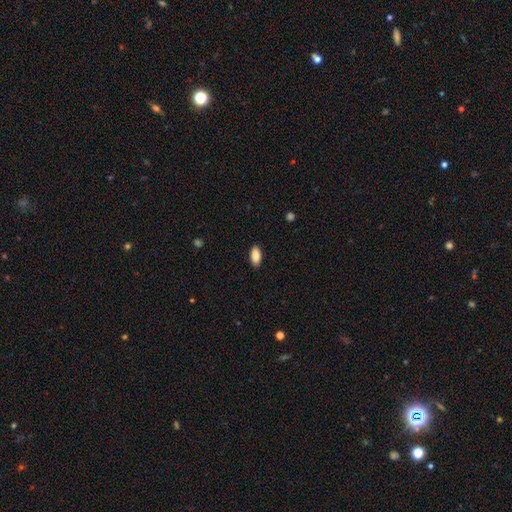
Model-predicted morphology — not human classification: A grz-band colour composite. It shows a smooth galaxy with no disk features (88%) that is in between round and cigar-shaped (89%). Merging: none (88%).